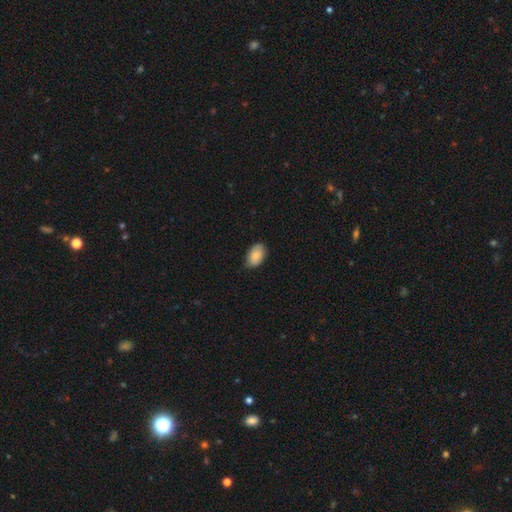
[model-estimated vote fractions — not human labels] smooth-or-featured: smooth: 86% | featured or disk: 7% | star or artifact: 6%
  how-rounded: in between: 91% | round: 8% | cigar-shaped: 1%
  merging: none: 76% | minor disturbance: 20% | major disturbance: 3% | merger: 1%